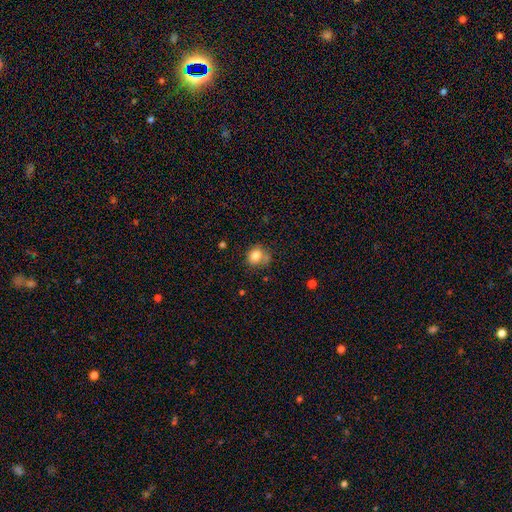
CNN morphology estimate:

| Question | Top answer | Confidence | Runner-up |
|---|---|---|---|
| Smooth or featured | smooth | 81% | star or artifact (10%) |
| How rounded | round | 67% | in between (32%) |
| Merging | none | 57% | minor disturbance (24%) |